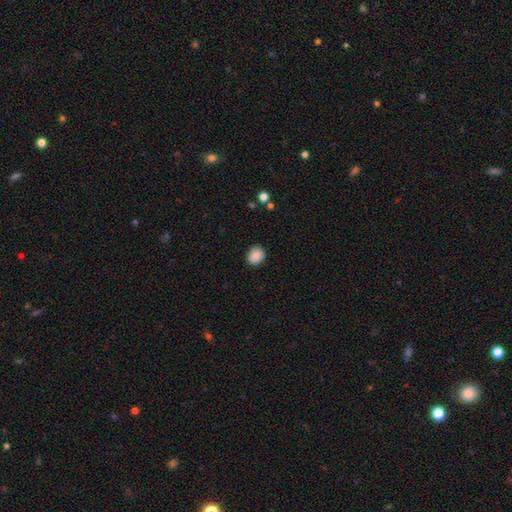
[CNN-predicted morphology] Q: Smooth or featured?
A: smooth (88%); runner-up: star or artifact (8%)
Q: How rounded?
A: round (68%); runner-up: in between (31%)
Q: Merging?
A: none (89%); runner-up: minor disturbance (8%)